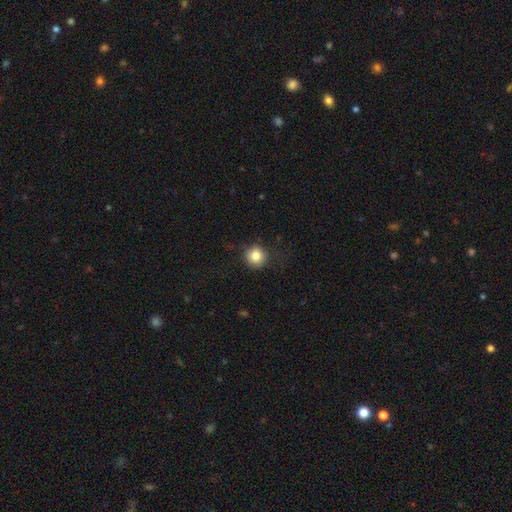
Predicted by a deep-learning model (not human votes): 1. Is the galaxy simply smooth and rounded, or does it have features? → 82% smooth, 10% star or artifact, 7% featured or disk.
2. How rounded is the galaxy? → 92% round, 7% in between, 1% cigar-shaped.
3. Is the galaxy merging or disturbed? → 81% none, 13% minor disturbance, 4% major disturbance, 1% merger.